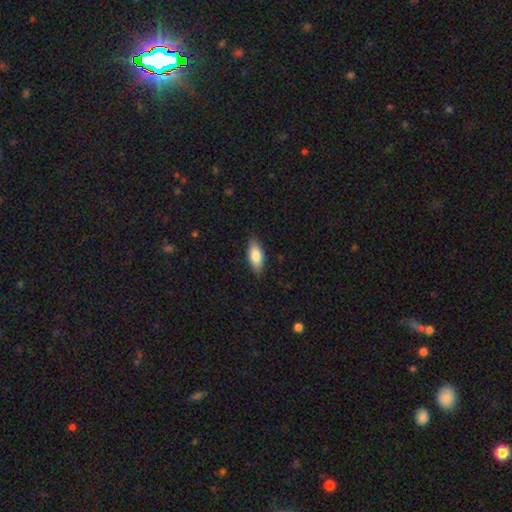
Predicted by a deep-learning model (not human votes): A smooth galaxy with no disk features (79%) that is in between round and cigar-shaped (79%). Merging: none (86%).